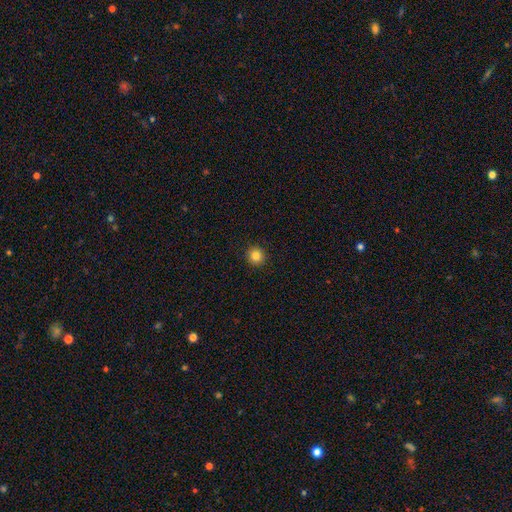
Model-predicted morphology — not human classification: Smooth or featured?
  - smooth: 85% *
  - star or artifact: 11%
  - featured or disk: 4%
How rounded?
  - round: 95% *
  - in between: 5%
  - cigar-shaped: 1%
Merging?
  - none: 93% *
  - minor disturbance: 4%
  - major disturbance: 2%
  - merger: 1%